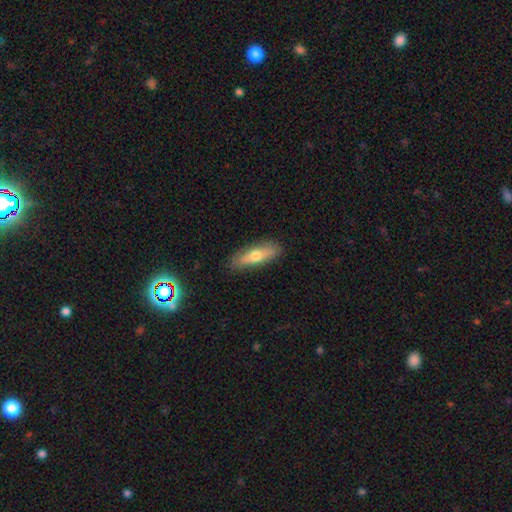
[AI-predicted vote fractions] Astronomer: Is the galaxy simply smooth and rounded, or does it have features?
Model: smooth — 57% (runner-up: featured or disk, 36%).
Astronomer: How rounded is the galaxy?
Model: cigar-shaped — 53% (runner-up: in between, 44%).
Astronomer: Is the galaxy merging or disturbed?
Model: none — 83%.